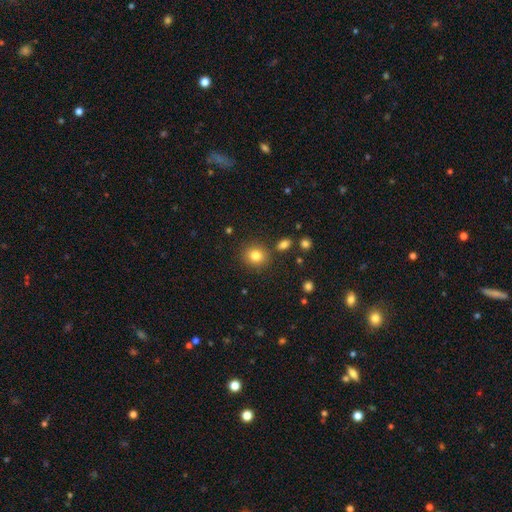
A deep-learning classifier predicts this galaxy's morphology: smooth 82%, star or artifact 11%, featured or disk 7%. Down the decision tree: how rounded — round (78%); merging — none (84%).